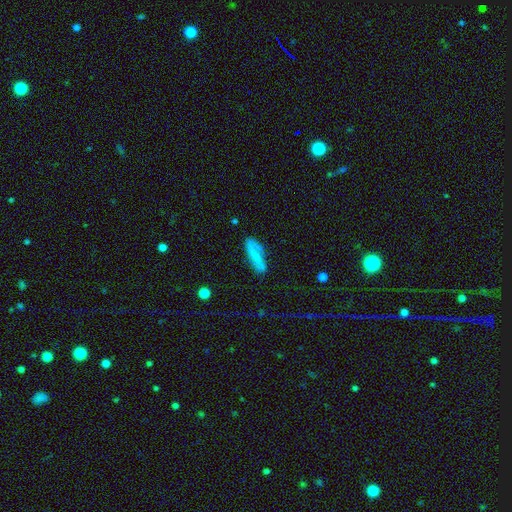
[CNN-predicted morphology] Smooth or featured? featured or disk (51%)
Edge-on disk? no (78%)
Merging? none (67%)